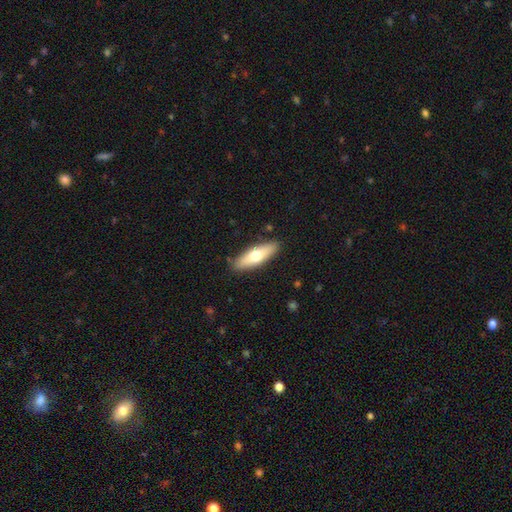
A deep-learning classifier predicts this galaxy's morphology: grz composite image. It shows a smooth galaxy with no disk features (62%) that is cigar-shaped (51%). Merging: none (88%).